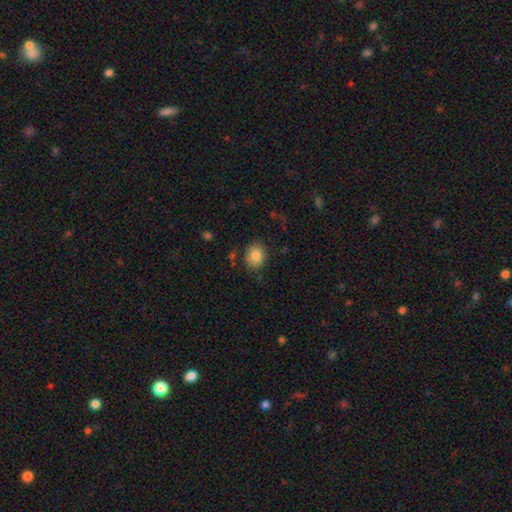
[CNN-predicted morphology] smooth_or_featured: smooth (p=0.84) [alt: star or artifact p=0.09]
how_rounded: round (p=0.55) [alt: in between p=0.44]
merging: none (p=0.81) [alt: minor disturbance p=0.13]